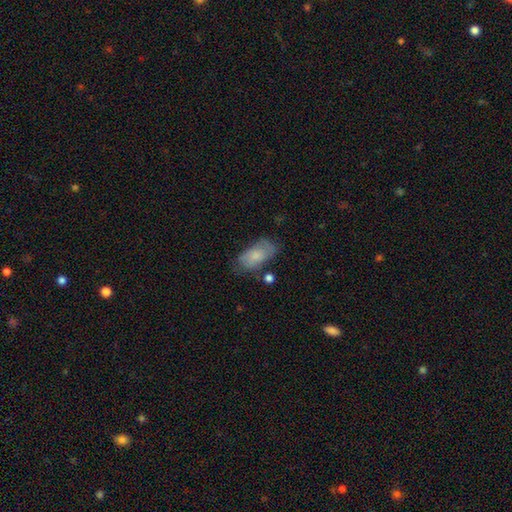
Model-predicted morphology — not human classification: smooth 72%, featured or disk 21%, star or artifact 7%. Down the decision tree: how rounded — in between (92%); merging — none (57%).